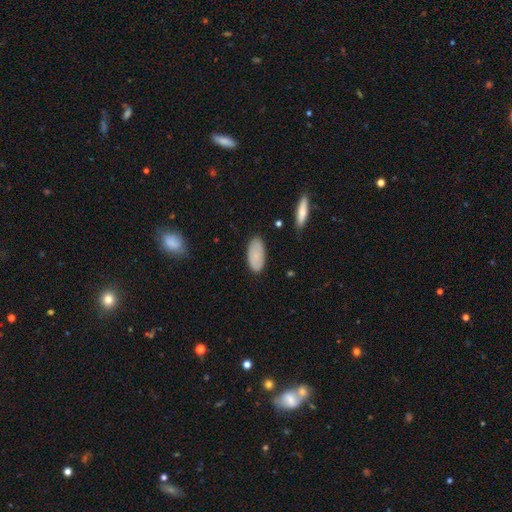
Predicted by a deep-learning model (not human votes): The model was most divided on "smooth or featured": smooth: 77%, featured or disk: 15%, star or artifact: 7%. More confident: how rounded — in between (93%); merging — none (82%).